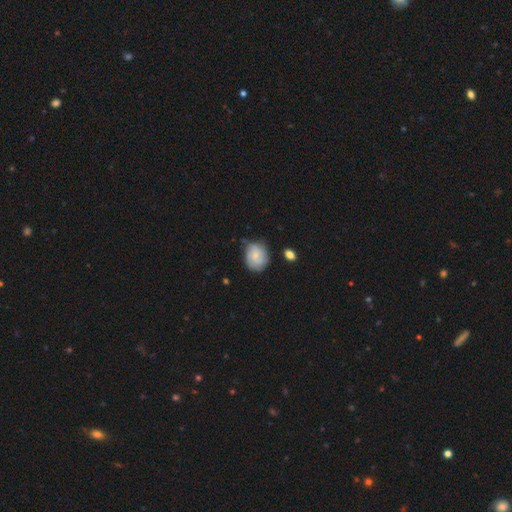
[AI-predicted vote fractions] Morphology: type=featured or disk (47%); merging=none (66%).